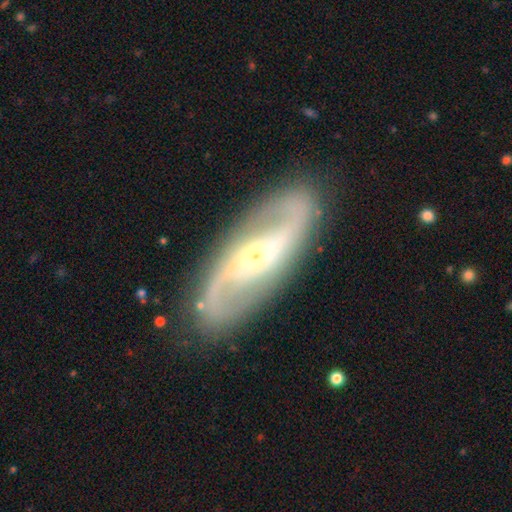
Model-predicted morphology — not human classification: Smooth or featured: featured or disk — 87% (smooth — 8%)
Edge-on disk: no — 93% (yes — 7%)
Bar: weak — 38% (no — 32%)
Spiral arms: yes — 95% (no — 5%)
Spiral winding: medium — 42% (tied with loose — 42%)
Spiral arm count: 2 — 92% (can't tell — 3%)
Bulge size: small — 65% (moderate — 29%)
Merging: none — 85% (minor disturbance — 10%)